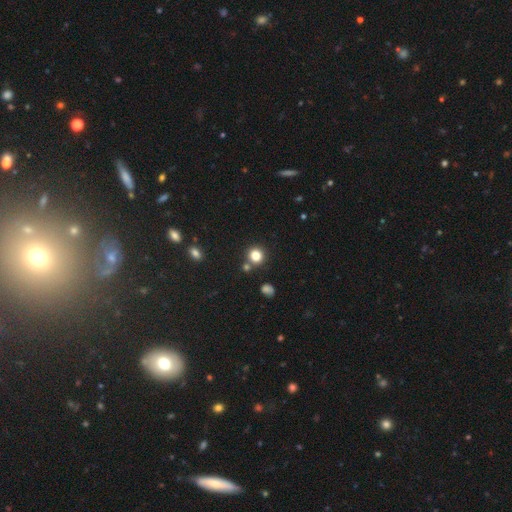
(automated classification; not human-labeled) smooth-or-featured: smooth: 81% | star or artifact: 13% | featured or disk: 5%
  how-rounded: round: 89% | in between: 10% | cigar-shaped: 1%
  merging: none: 79% | merger: 10% | minor disturbance: 8% | major disturbance: 3%